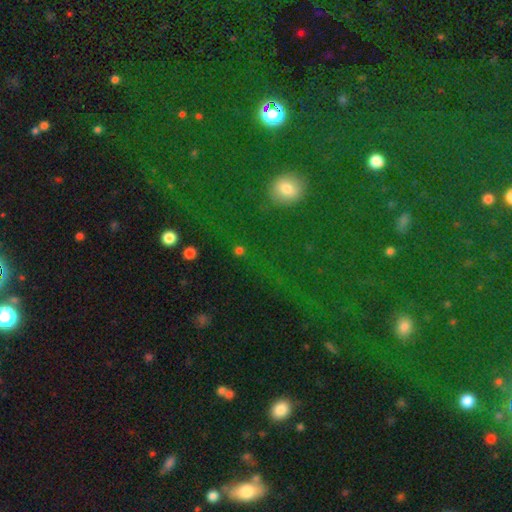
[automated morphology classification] The model was most divided on "smooth or featured": star or artifact: 53%, smooth: 38%, featured or disk: 9%.